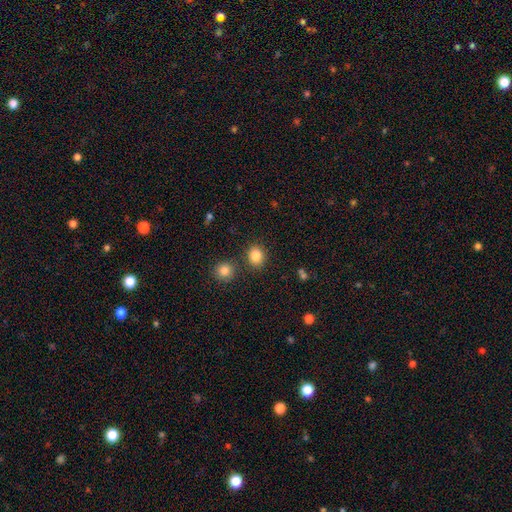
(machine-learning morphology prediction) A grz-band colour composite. It shows a smooth galaxy with no disk features (85%) that is round (68%). Merging: none (82%).